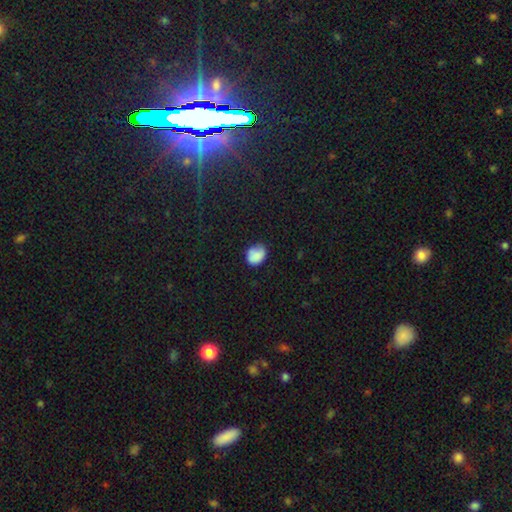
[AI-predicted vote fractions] Smooth or featured? smooth (85%)
How rounded? in between (52%)
Merging? none (63%)